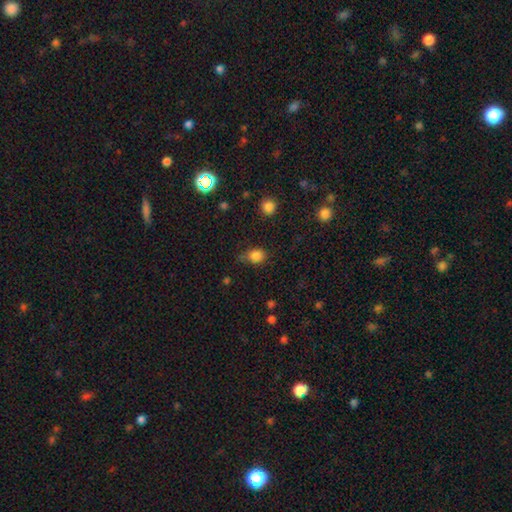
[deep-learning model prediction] Smooth or featured: smooth — 83% (star or artifact — 12%)
How rounded: round — 54% (in between — 44%)
Merging: none — 56% (minor disturbance — 32%)